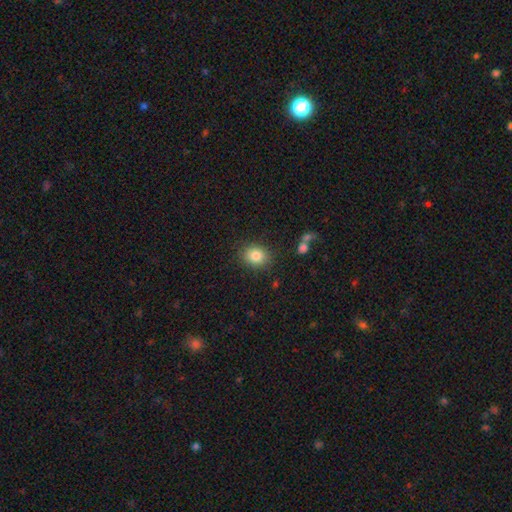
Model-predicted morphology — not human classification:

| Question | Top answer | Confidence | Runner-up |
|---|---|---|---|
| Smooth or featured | smooth | 83% | star or artifact (10%) |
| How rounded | round | 59% | in between (40%) |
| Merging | none | 86% | minor disturbance (9%) |